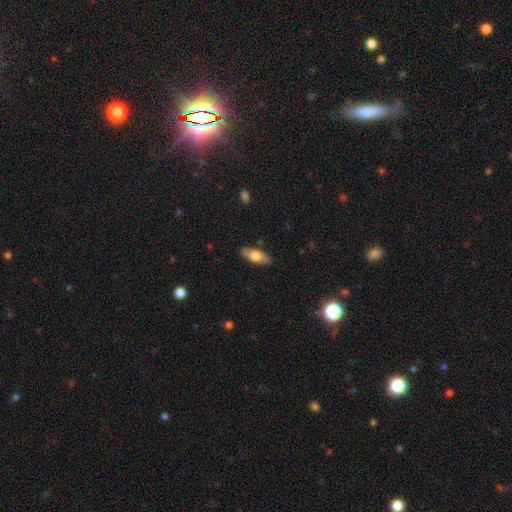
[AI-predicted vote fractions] A smooth galaxy with no disk features (63%) that is in between round and cigar-shaped (76%). Merging: none (85%).